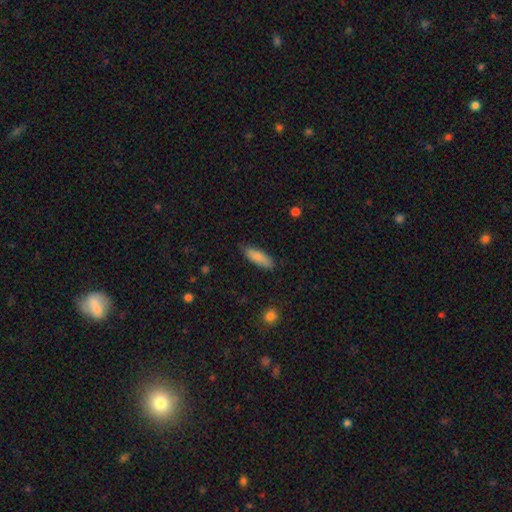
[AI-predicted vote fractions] This appears to be a smooth galaxy with no disk features (85%) that is in between round and cigar-shaped (62%). Merging: none (82%).